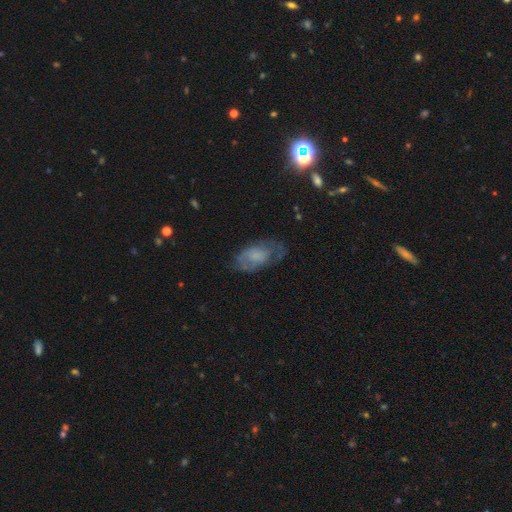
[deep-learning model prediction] Smooth or featured?
  - smooth: 46% *
  - featured or disk: 45%
  - star or artifact: 9%
Merging?
  - none: 56% *
  - minor disturbance: 26%
  - major disturbance: 17%
  - merger: 2%